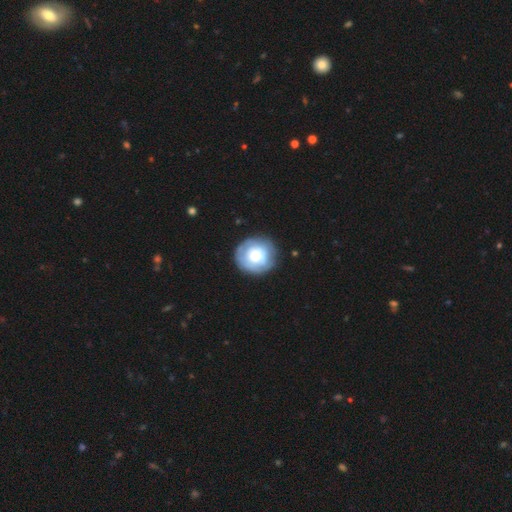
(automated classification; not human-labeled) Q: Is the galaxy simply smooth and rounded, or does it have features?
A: smooth — 57%.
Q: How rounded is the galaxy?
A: round — 92%.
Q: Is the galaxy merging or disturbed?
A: none — 79%.